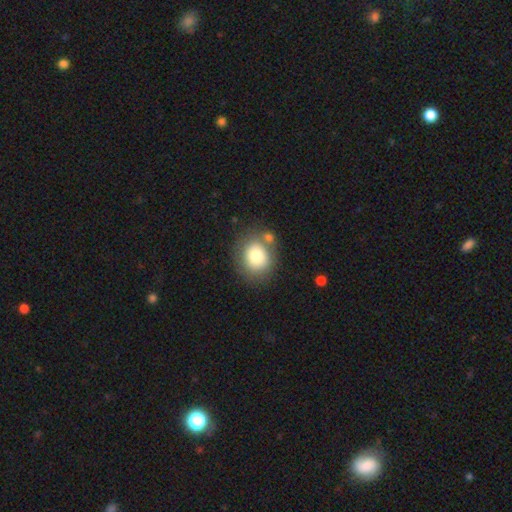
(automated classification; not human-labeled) This appears to be a smooth galaxy with no disk features (78%) that is round (72%). Merging: none (68%).